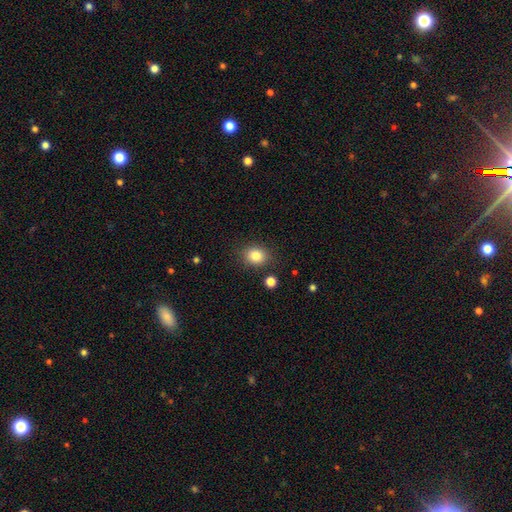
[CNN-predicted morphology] This is clearly a smooth galaxy (84%). How rounded: possibly round (59%). Merging: clearly none (82%).